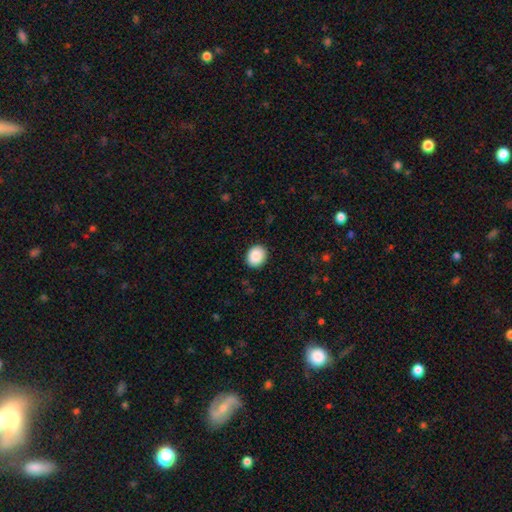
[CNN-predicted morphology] smooth-or-featured: smooth: 89% | star or artifact: 8% | featured or disk: 3%
  how-rounded: round: 63% | in between: 36% | cigar-shaped: 1%
  merging: none: 89% | minor disturbance: 8% | major disturbance: 2% | merger: 1%